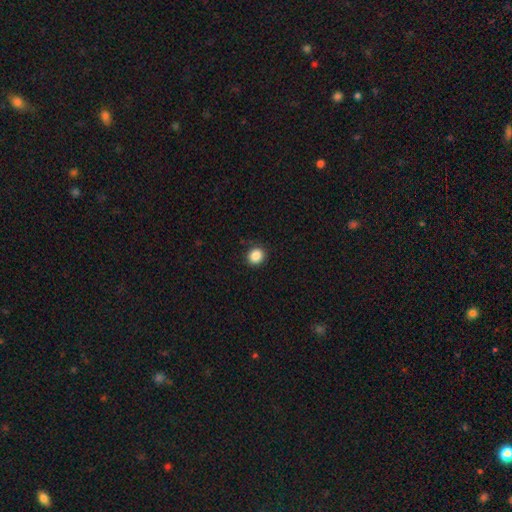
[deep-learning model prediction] Smooth or featured? Predicted: smooth (p=0.87). How rounded? Predicted: round (p=0.87). Merging? Predicted: none (p=0.91).